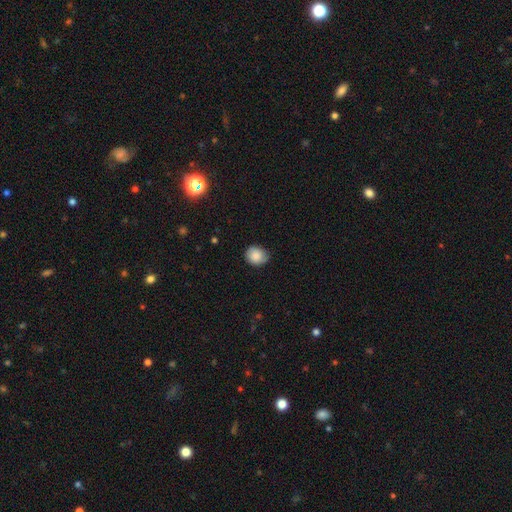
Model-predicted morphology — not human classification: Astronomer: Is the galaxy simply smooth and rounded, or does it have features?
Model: smooth — 86%.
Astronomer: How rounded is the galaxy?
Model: round — 71%.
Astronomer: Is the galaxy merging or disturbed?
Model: none — 75%.